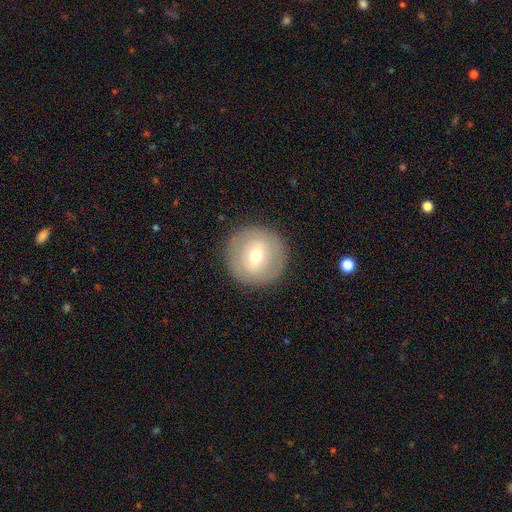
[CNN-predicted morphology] Smooth or featured: smooth — 55% (featured or disk — 37%)
How rounded: round — 95% (in between — 4%)
Merging: none — 89% (minor disturbance — 7%)